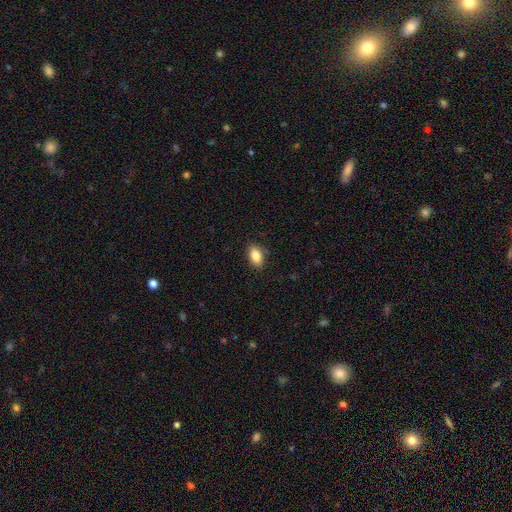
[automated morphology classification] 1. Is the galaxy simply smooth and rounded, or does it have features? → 86% smooth, 7% star or artifact, 7% featured or disk.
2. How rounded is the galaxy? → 91% in between, 6% round, 3% cigar-shaped.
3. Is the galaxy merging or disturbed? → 87% none, 10% minor disturbance, 2% major disturbance, 1% merger.